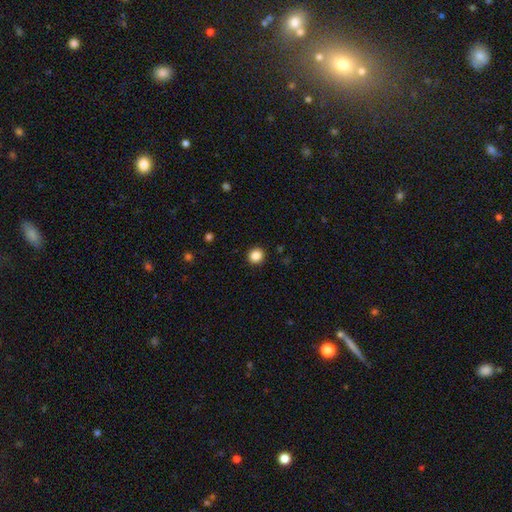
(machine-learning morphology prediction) smooth-or-featured: smooth: 86% | star or artifact: 11% | featured or disk: 3%
  how-rounded: round: 92% | in between: 7% | cigar-shaped: 1%
  merging: none: 92% | minor disturbance: 5% | major disturbance: 2% | merger: 1%